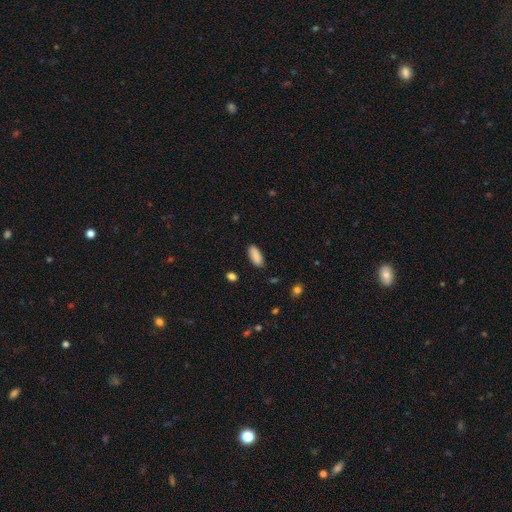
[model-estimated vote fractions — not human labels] The model was most divided on "how rounded": in between: 85%, cigar-shaped: 13%, round: 2%. More confident: smooth or featured — smooth (89%); merging — none (86%).